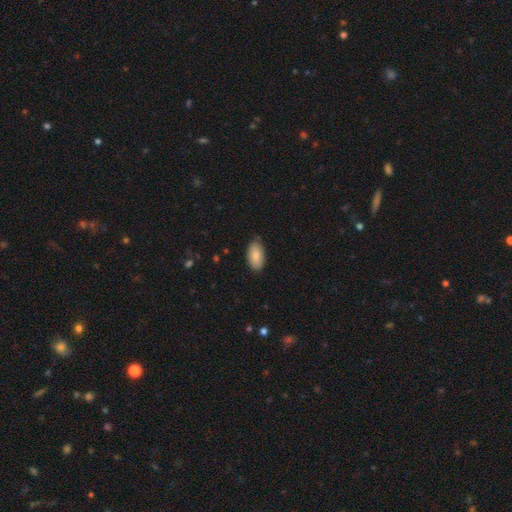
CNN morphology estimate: Overall: smooth (84%). How rounded: in between (95%). Merging: none (82%).